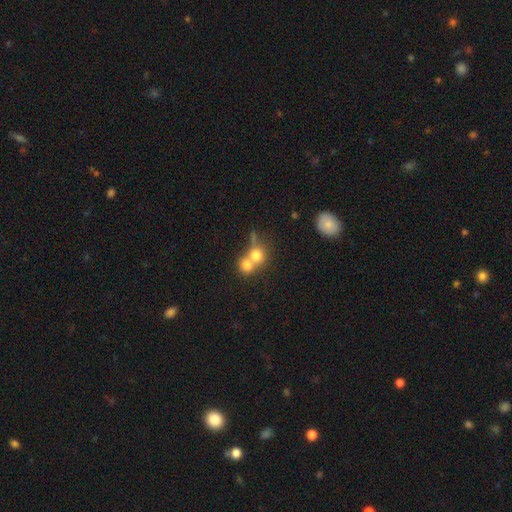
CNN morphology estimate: Smooth or featured: smooth — 73% (featured or disk — 17%)
How rounded: round — 81% (in between — 18%)
Merging: merger — 65% (none — 26%)